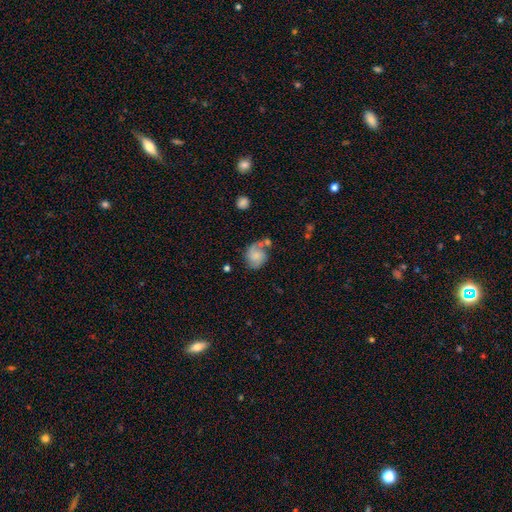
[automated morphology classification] Smooth or featured: smooth — 55% (featured or disk — 36%)
How rounded: round — 63% (in between — 36%)
Merging: none — 49% (minor disturbance — 23%)